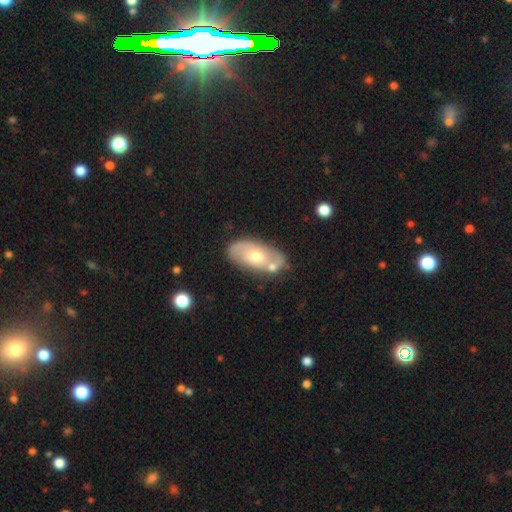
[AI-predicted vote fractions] Morphology: type=featured or disk (55%); edge-on=no (89%); merging=none (62%).